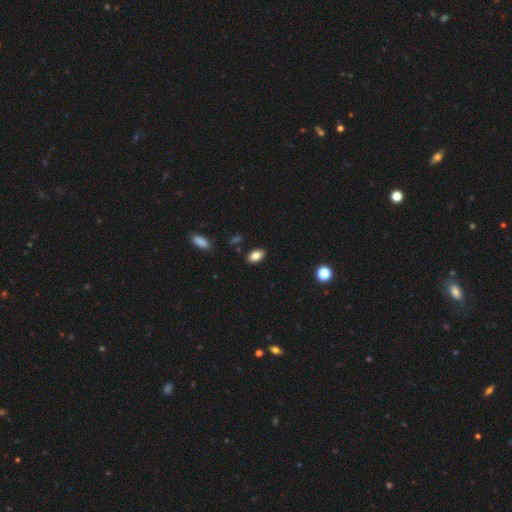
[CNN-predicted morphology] The model was most divided on "smooth or featured": smooth: 82%, star or artifact: 9%, featured or disk: 9%. More confident: how rounded — in between (91%); merging — none (87%).